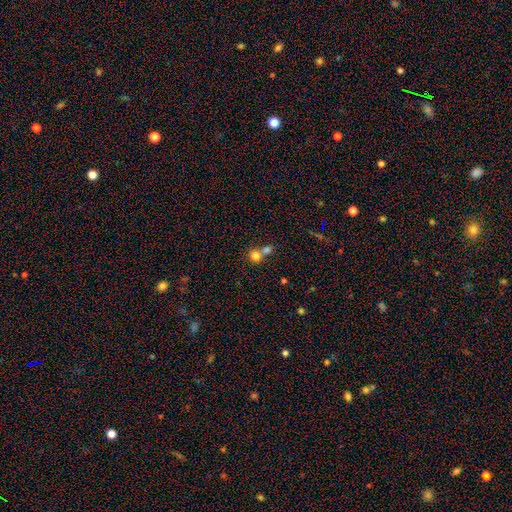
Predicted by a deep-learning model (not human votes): This is likely a smooth galaxy (78%). How rounded: clearly round (86%). Merging: possibly merger (52%).